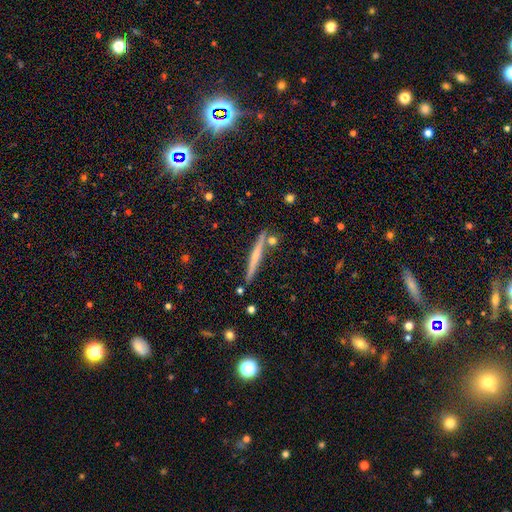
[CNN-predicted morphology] The model was most divided on "smooth or featured": featured or disk: 53%, smooth: 40%, star or artifact: 7%. More confident: edge-on disk — yes (97%); merging — none (85%); edge-on bulge — none (60%).